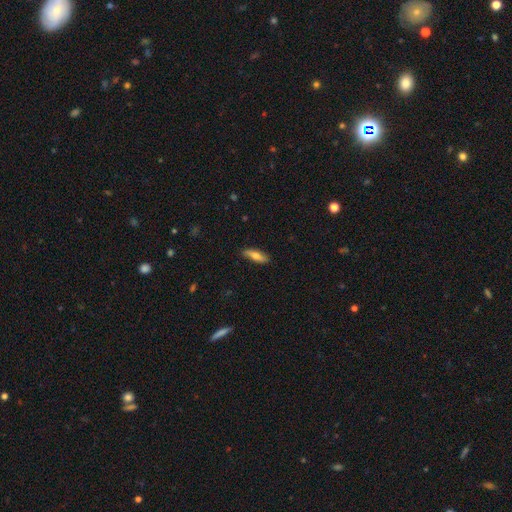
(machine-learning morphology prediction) Smooth or featured: smooth — 66% (featured or disk — 28%)
How rounded: cigar-shaped — 52% (in between — 45%)
Merging: none — 83% (minor disturbance — 14%)